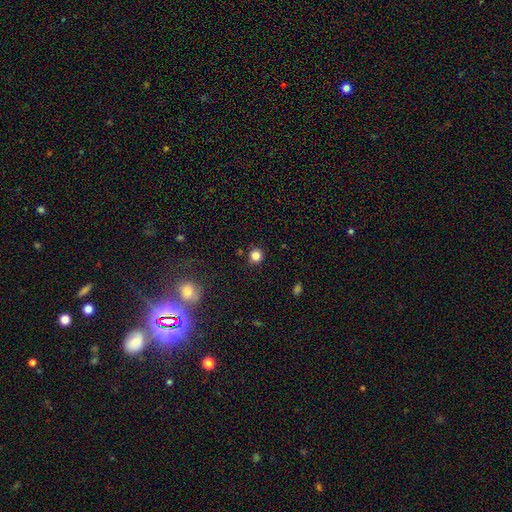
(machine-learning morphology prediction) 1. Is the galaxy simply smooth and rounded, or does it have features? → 83% smooth, 13% star or artifact, 5% featured or disk.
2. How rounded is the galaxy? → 91% round, 8% in between, 1% cigar-shaped.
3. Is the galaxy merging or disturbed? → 89% none, 7% minor disturbance, 2% major disturbance, 2% merger.